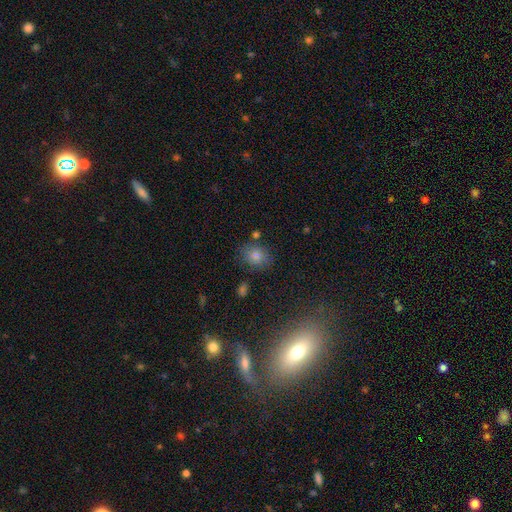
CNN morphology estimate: smooth-or-featured: smooth: 69% | star or artifact: 20% | featured or disk: 10%
  how-rounded: round: 62% | in between: 37% | cigar-shaped: 1%
  merging: none: 82% | minor disturbance: 10% | merger: 4% | major disturbance: 3%